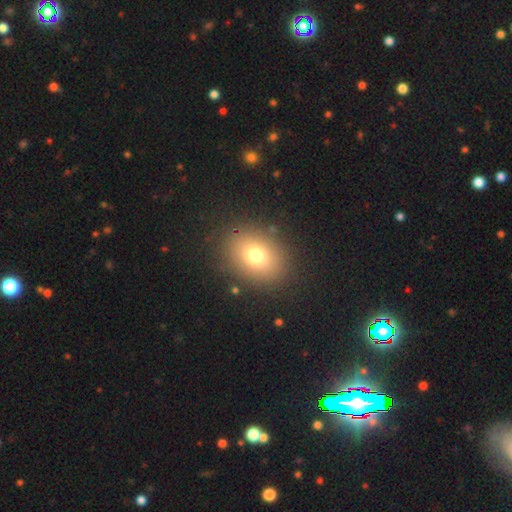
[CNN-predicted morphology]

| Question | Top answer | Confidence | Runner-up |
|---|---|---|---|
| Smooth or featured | smooth | 75% | star or artifact (13%) |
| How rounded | in between | 61% | round (38%) |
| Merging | none | 86% | minor disturbance (8%) |